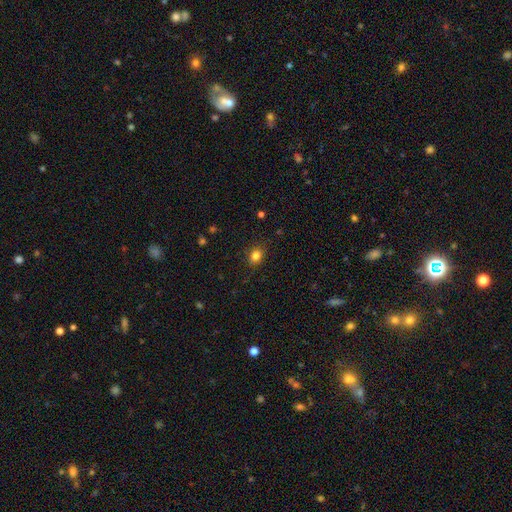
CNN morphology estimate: type=smooth (83%); roundness=in between (50%); merging=none (85%).